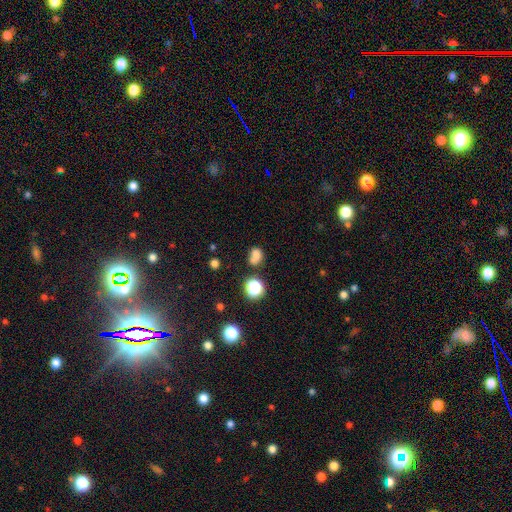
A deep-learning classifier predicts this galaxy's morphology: The model was most divided on "how rounded": round: 53%, in between: 45%, cigar-shaped: 1%. Remaining: smooth or featured — smooth (71%); merging — none (45%).